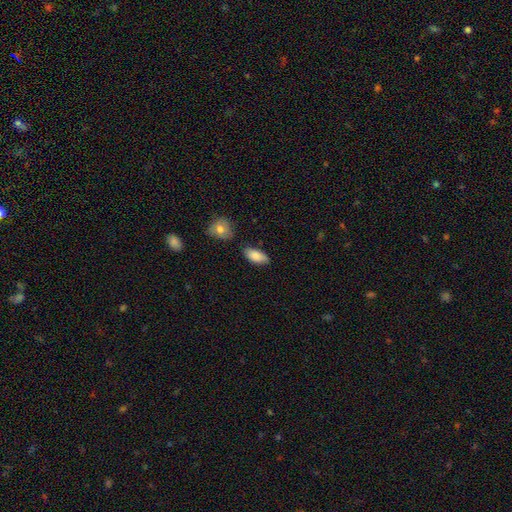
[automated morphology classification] A smooth galaxy with no disk features (86%) that is in between round and cigar-shaped (91%).

Vote fractions:
- Smooth or featured? smooth: 86% / featured or disk: 7% / star or artifact: 7%
- How rounded? in between: 91% / cigar-shaped: 6% / round: 3%
- Merging? none: 72% / minor disturbance: 20% / merger: 5% / major disturbance: 4%